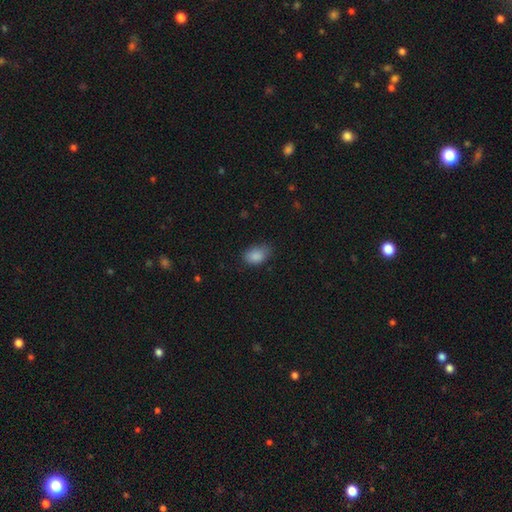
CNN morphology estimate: This appears to be a smooth galaxy with no disk features (87%) that is in between round and cigar-shaped (83%). Merging: none (68%).